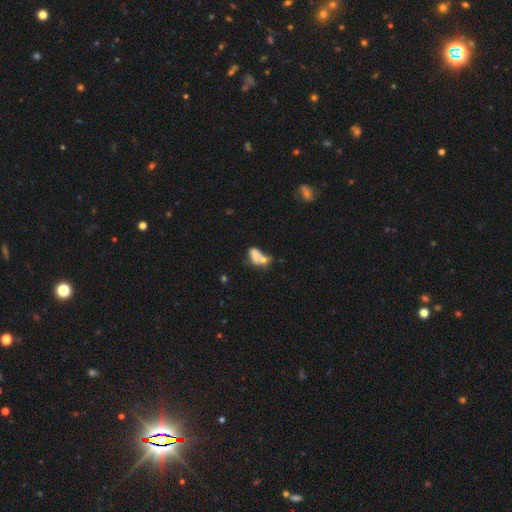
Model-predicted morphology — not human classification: The model was most divided on "smooth or featured": smooth: 62%, featured or disk: 26%, star or artifact: 11%. More confident: how rounded — in between (82%); merging — merger (58%).